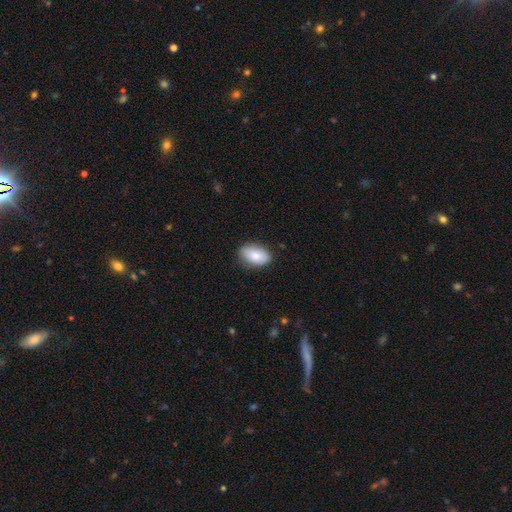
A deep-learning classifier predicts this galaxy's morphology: smooth-or-featured: smooth: 83% | featured or disk: 10% | star or artifact: 7%
  how-rounded: in between: 91% | round: 7% | cigar-shaped: 2%
  merging: none: 83% | minor disturbance: 13% | major disturbance: 3% | merger: 1%